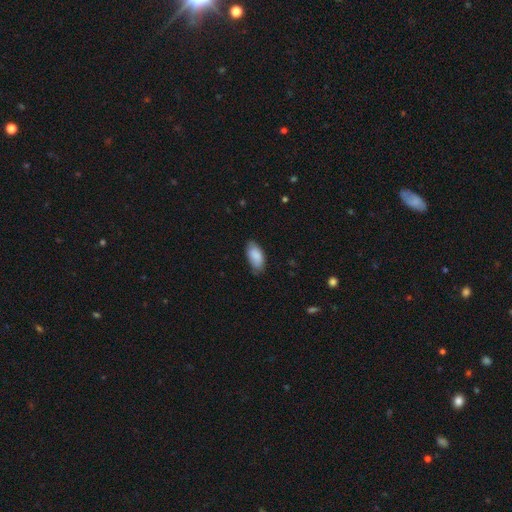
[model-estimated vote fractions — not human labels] A smooth galaxy with no disk features (87%) that is in between round and cigar-shaped (92%).

Vote fractions:
- Smooth or featured? smooth: 87% / featured or disk: 7% / star or artifact: 6%
- How rounded? in between: 92% / cigar-shaped: 6% / round: 2%
- Merging? none: 72% / minor disturbance: 23% / major disturbance: 4% / merger: 1%